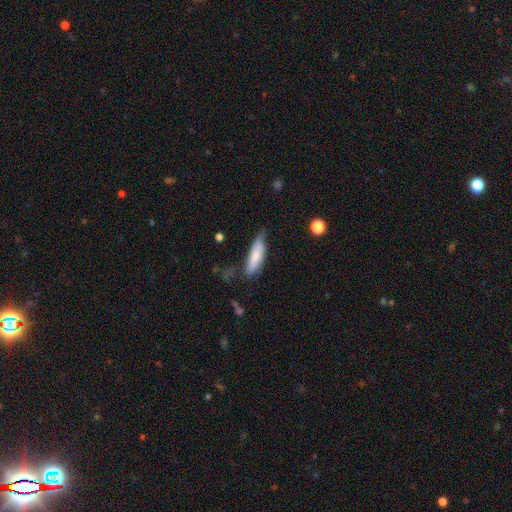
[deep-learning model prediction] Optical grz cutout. It shows a smooth galaxy with no disk features (71%) that is cigar-shaped (56%). Merging: none (50%).